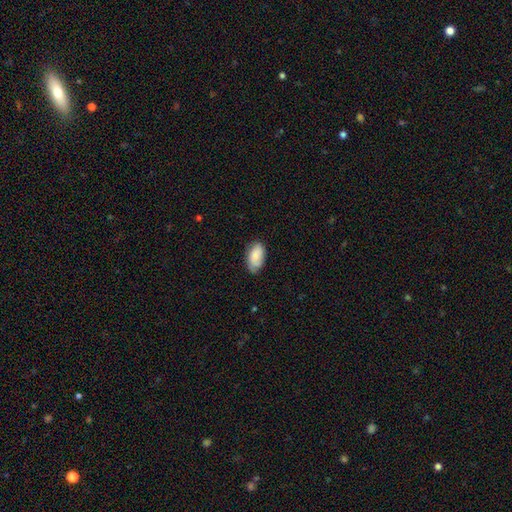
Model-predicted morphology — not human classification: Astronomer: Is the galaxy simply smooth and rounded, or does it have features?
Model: smooth — 77%.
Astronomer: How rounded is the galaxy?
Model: in between — 94%.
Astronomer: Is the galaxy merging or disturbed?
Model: none — 67%.